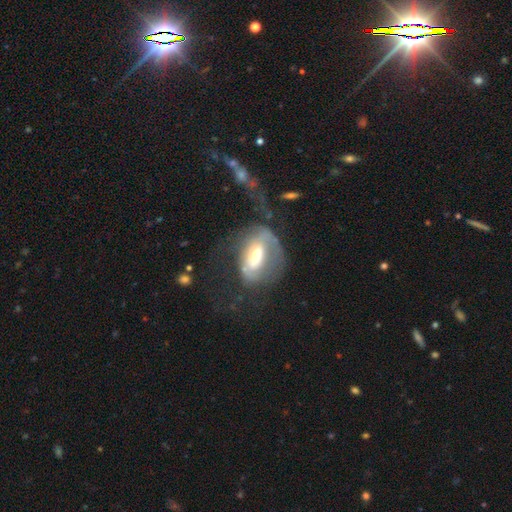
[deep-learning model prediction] smooth_or_featured: featured or disk (p=0.59) [alt: smooth p=0.33]
disk_edge_on: no (p=0.92) [alt: yes p=0.08]
bar: no (p=0.38) [tied with: weak p=0.38]
has_spiral_arms: yes (p=0.51) [alt: no p=0.49]
bulge_size: moderate (p=0.61) [alt: large p=0.20]
merging: major disturbance (p=0.46) [alt: none p=0.30]